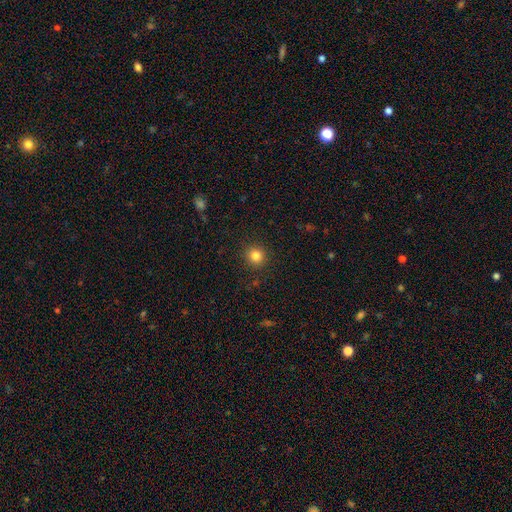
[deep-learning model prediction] A smooth galaxy with no disk features (82%) that is round (92%). Merging: none (91%).